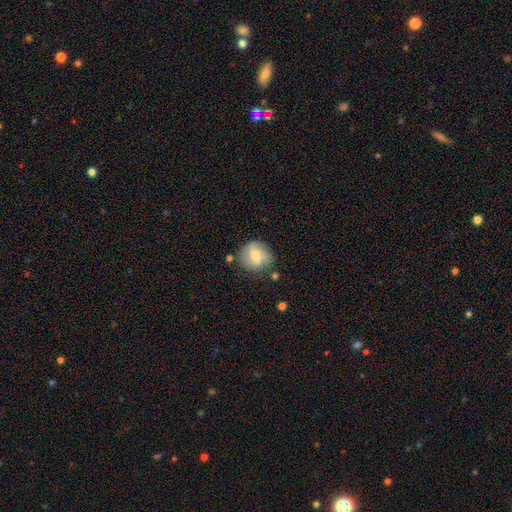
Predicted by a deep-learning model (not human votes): Smooth or featured? Predicted: featured or disk (p=0.51). Edge-on disk? Predicted: no (p=0.97). Bar? Predicted: no (p=0.45). Spiral arms? Predicted: yes (p=0.83). Bulge size? Predicted: small (p=0.51). Merging? Predicted: none (p=0.67).